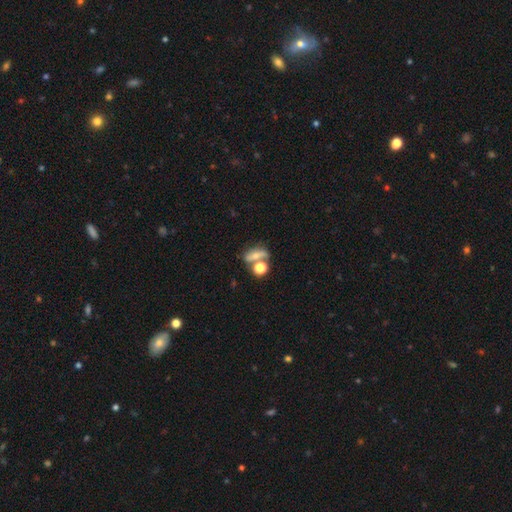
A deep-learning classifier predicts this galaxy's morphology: This is possibly a smooth galaxy (58%). How rounded: possibly in between (54%). Merging: marginally none (43%).